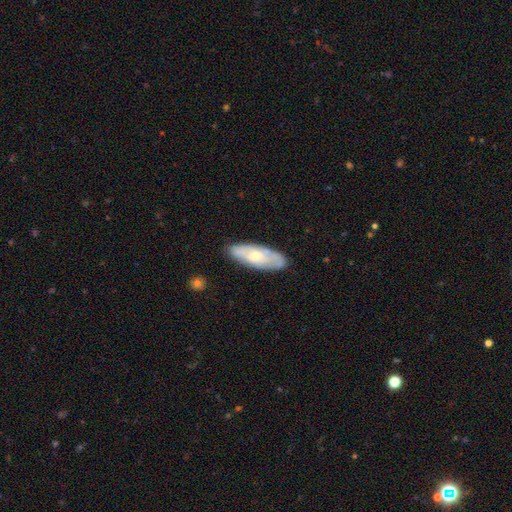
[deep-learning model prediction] Overall: smooth (47%, tied with featured or disk). Merging: none (79%).